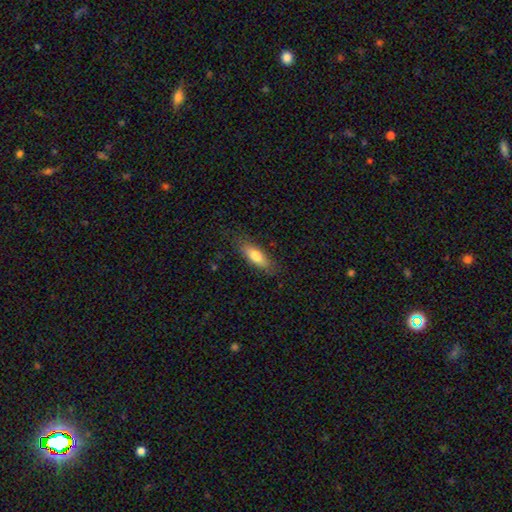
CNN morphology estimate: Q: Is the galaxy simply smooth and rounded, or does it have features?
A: smooth — 75%.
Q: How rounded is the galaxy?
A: in between — 62%.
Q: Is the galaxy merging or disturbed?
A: none — 80%.